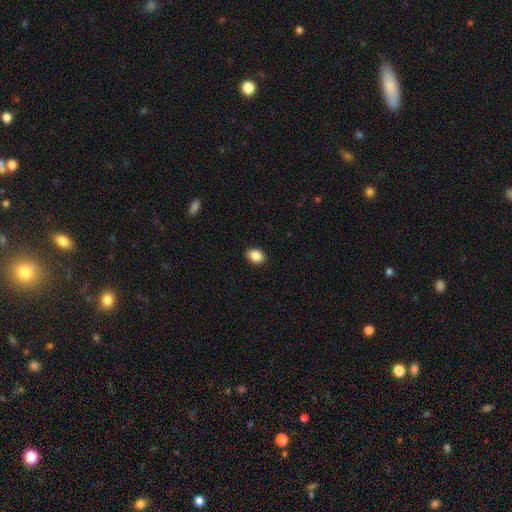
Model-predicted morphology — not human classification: Q: Smooth or featured?
A: smooth (88%); runner-up: star or artifact (8%)
Q: How rounded?
A: in between (69%); runner-up: round (30%)
Q: Merging?
A: none (90%); runner-up: minor disturbance (8%)